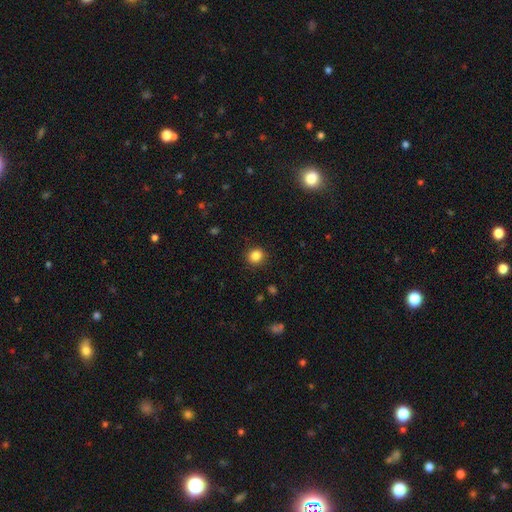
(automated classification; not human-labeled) Smooth or featured: smooth — 85% (star or artifact — 11%)
How rounded: round — 86% (in between — 13%)
Merging: none — 90% (minor disturbance — 6%)